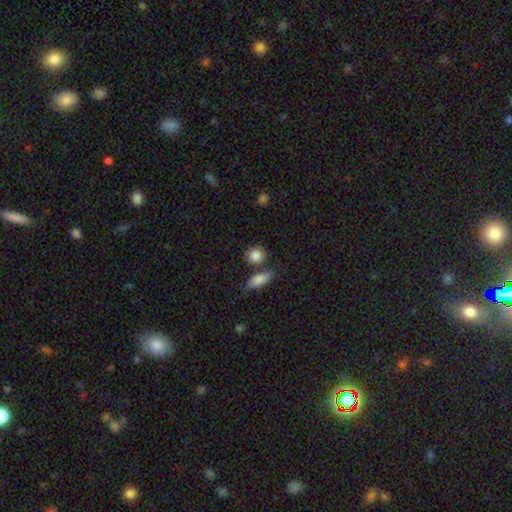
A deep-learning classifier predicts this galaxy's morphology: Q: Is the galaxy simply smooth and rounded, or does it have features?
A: smooth — 86%.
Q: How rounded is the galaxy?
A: round — 76%.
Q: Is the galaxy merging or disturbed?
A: none — 68%.